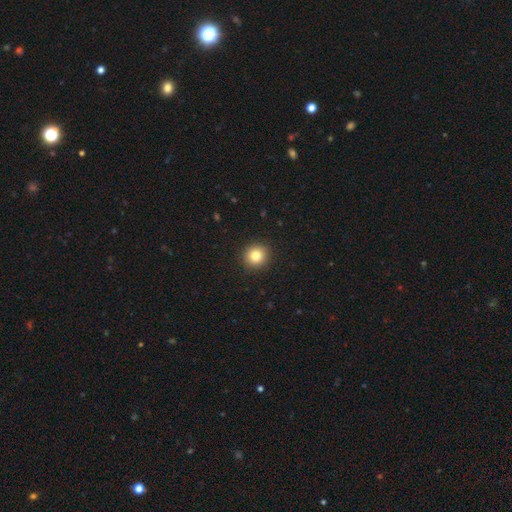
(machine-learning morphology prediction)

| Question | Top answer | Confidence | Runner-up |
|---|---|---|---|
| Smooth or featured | smooth | 83% | star or artifact (10%) |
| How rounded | round | 91% | in between (8%) |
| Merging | none | 92% | minor disturbance (5%) |